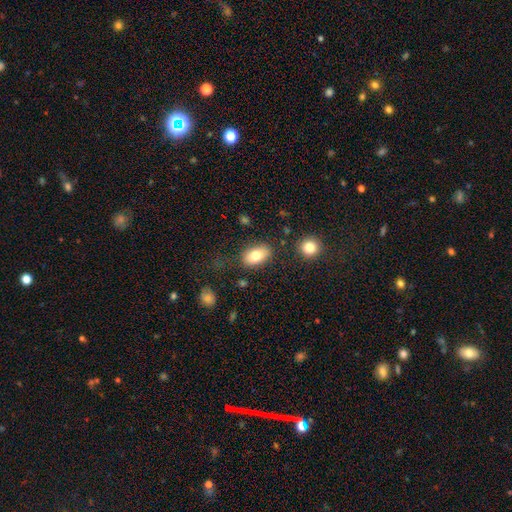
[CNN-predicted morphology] Smooth or featured? Predicted: smooth (p=0.80). How rounded? Predicted: in between (p=0.91). Merging? Predicted: none (p=0.80).